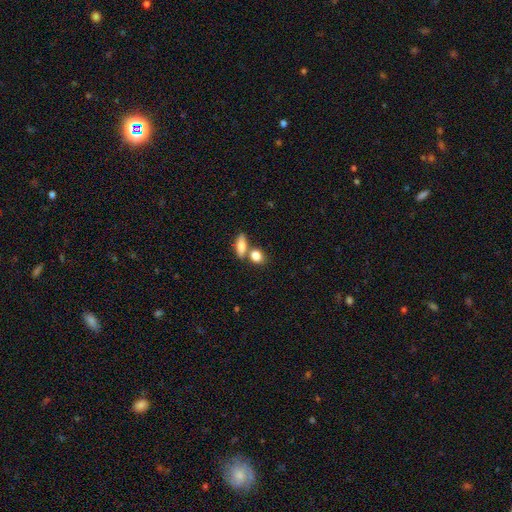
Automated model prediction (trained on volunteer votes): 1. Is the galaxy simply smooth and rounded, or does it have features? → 83% smooth, 9% featured or disk, 8% star or artifact.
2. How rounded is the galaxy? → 49% in between, 45% round, 7% cigar-shaped.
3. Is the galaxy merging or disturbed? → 51% none, 35% merger, 10% minor disturbance, 4% major disturbance.